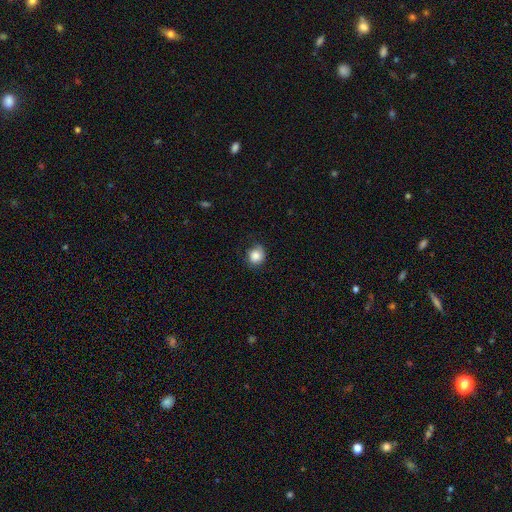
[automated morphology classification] A smooth galaxy with no disk features (84%) that is round (82%).

Vote fractions:
- Smooth or featured? smooth: 84% / star or artifact: 9% / featured or disk: 7%
- How rounded? round: 82% / in between: 17% / cigar-shaped: 1%
- Merging? none: 71% / minor disturbance: 22% / major disturbance: 6% / merger: 1%